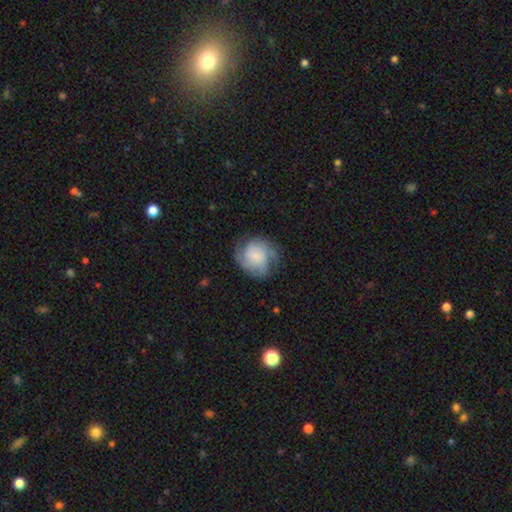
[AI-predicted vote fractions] Smooth or featured: featured or disk — 73% (smooth — 20%)
Edge-on disk: no — 98% (yes — 2%)
Bar: no — 73% (weak — 23%)
Spiral arms: yes — 95% (no — 5%)
Spiral winding: tight — 45% (medium — 41%)
Spiral arm count: 3 — 35% (2 — 25%)
Bulge size: small — 34% (none — 29%)
Merging: none — 70% (minor disturbance — 18%)